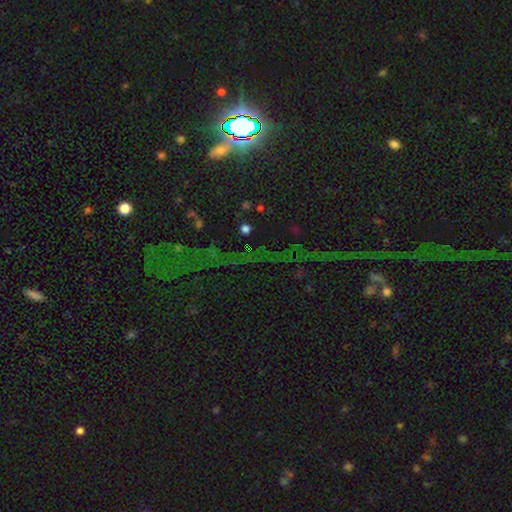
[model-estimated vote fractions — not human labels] star or artifact 81%, featured or disk 10%, smooth 9%.